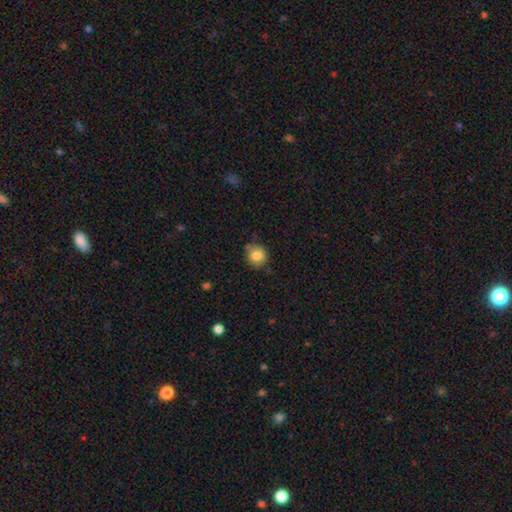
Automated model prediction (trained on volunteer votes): Smooth or featured: smooth — 83% (star or artifact — 10%)
How rounded: round — 88% (in between — 11%)
Merging: none — 80% (minor disturbance — 13%)